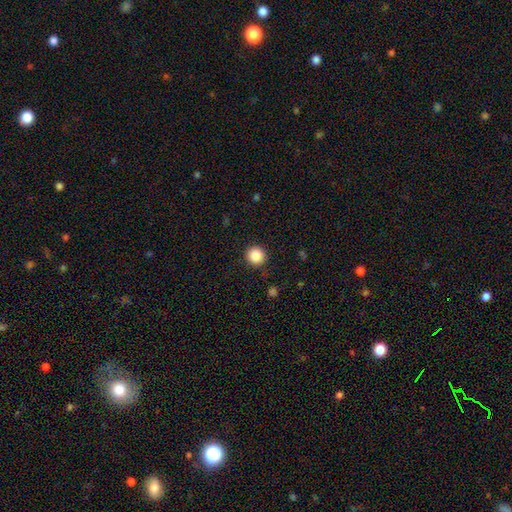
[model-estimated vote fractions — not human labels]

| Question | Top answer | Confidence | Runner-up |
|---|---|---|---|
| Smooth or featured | smooth | 87% | star or artifact (10%) |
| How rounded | round | 94% | in between (5%) |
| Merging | none | 91% | minor disturbance (6%) |